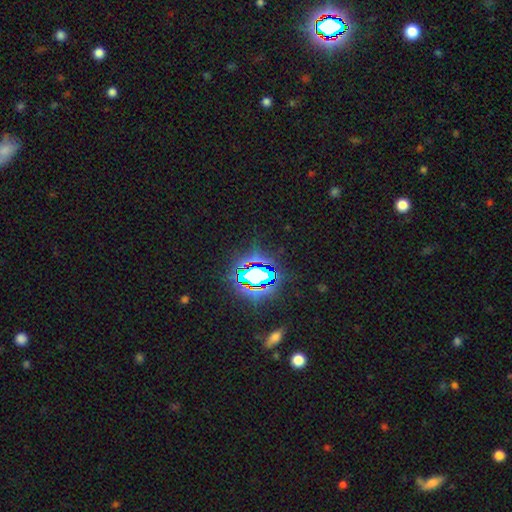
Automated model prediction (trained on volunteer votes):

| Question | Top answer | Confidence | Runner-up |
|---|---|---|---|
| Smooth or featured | star or artifact | 80% | smooth (12%) |